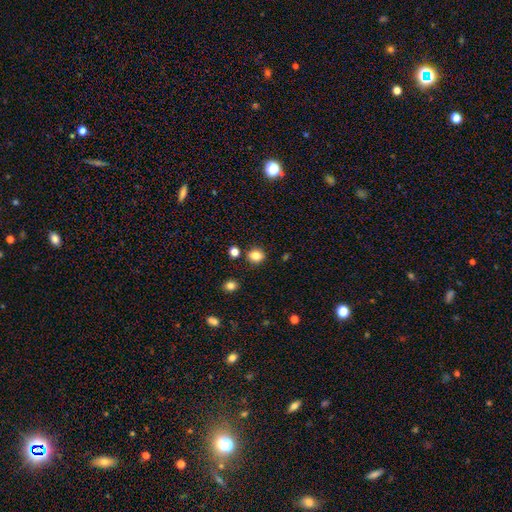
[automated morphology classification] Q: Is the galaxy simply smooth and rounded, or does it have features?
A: smooth — 83%.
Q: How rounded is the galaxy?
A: round — 67%.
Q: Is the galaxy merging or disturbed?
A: none — 84%.